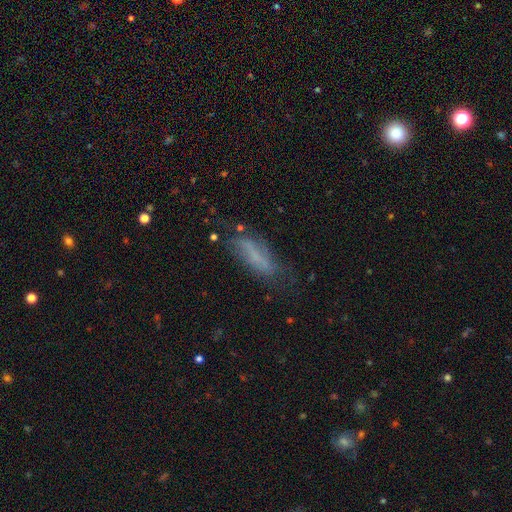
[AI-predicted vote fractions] smooth-or-featured: smooth: 53% | featured or disk: 35% | star or artifact: 12%
  how-rounded: cigar-shaped: 49% | in between: 48% | round: 2%
  merging: none: 53% | minor disturbance: 28% | major disturbance: 15% | merger: 3%